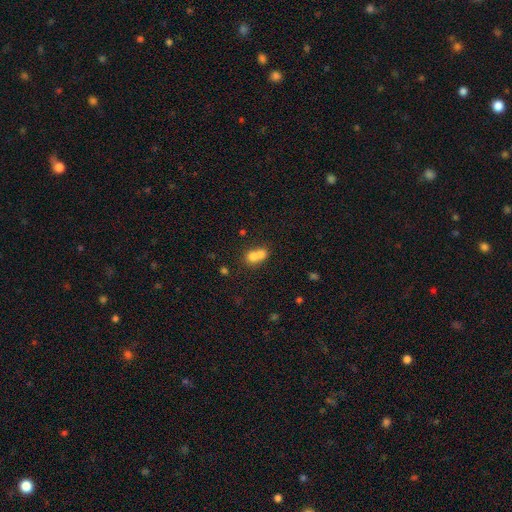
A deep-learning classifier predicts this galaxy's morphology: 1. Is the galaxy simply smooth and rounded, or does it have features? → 71% smooth, 18% featured or disk, 11% star or artifact.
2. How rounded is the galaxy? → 64% round, 34% in between, 1% cigar-shaped.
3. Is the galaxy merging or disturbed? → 71% merger, 21% none, 5% minor disturbance, 3% major disturbance.